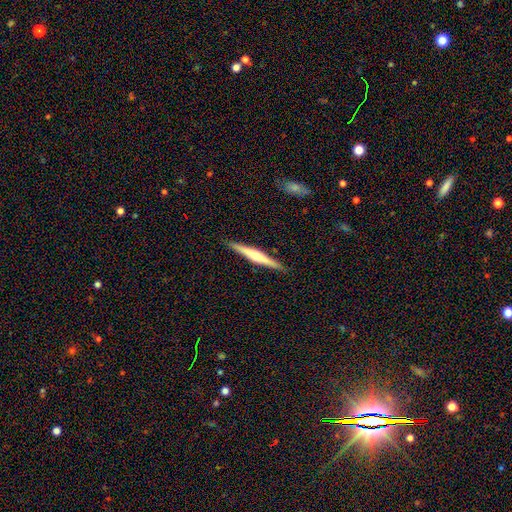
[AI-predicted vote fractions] This is likely a featured or disk galaxy (68%). It is clearly viewed edge-on (98%). Edge-on bulge: clearly rounded (86%). Merging: clearly none (91%).